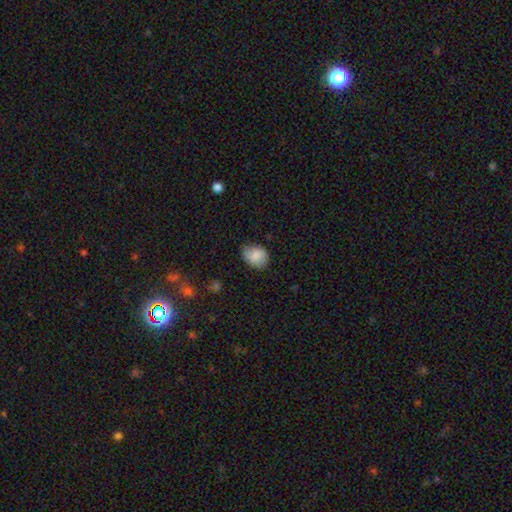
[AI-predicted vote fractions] Smooth or featured? Predicted: smooth (p=0.78). How rounded? Predicted: in between (p=0.51). Merging? Predicted: none (p=0.69).